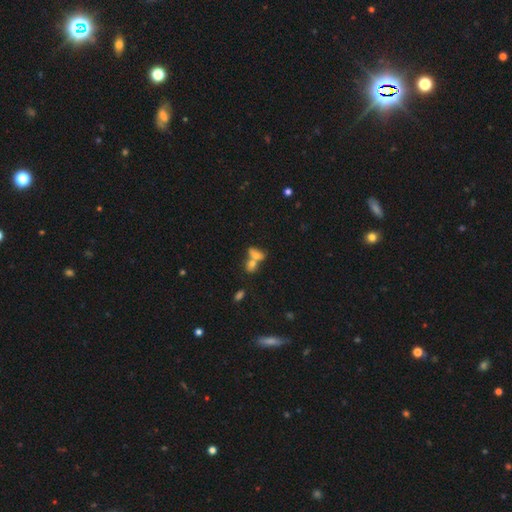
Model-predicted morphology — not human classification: Smooth or featured? smooth (66%)
How rounded? in between (75%)
Merging? merger (63%)